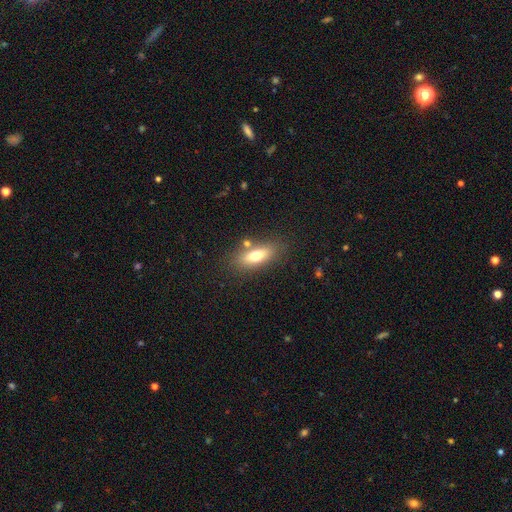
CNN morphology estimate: type=smooth (70%); roundness=in between (72%); merging=none (75%).